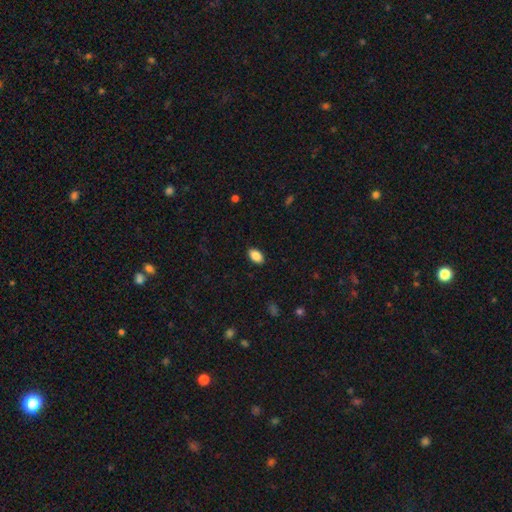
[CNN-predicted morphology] smooth_or_featured: smooth (p=0.87) [alt: star or artifact p=0.07]
how_rounded: in between (p=0.92) [alt: round p=0.06]
merging: none (p=0.89) [alt: minor disturbance p=0.08]